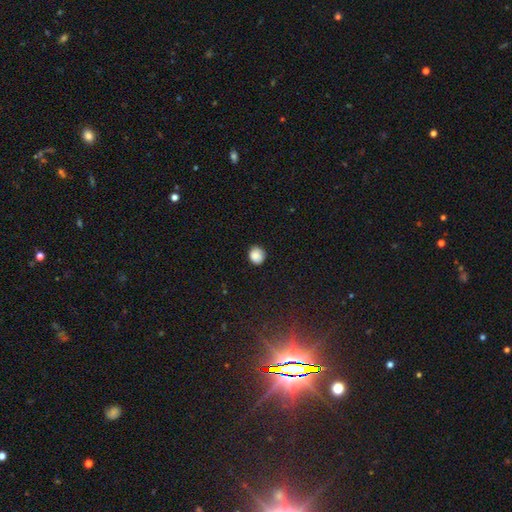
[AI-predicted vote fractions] A smooth galaxy with no disk features (87%) that is round (78%).

Vote fractions:
- Smooth or featured? smooth: 87% / star or artifact: 9% / featured or disk: 4%
- How rounded? round: 78% / in between: 21% / cigar-shaped: 1%
- Merging? none: 83% / minor disturbance: 13% / major disturbance: 2% / merger: 1%